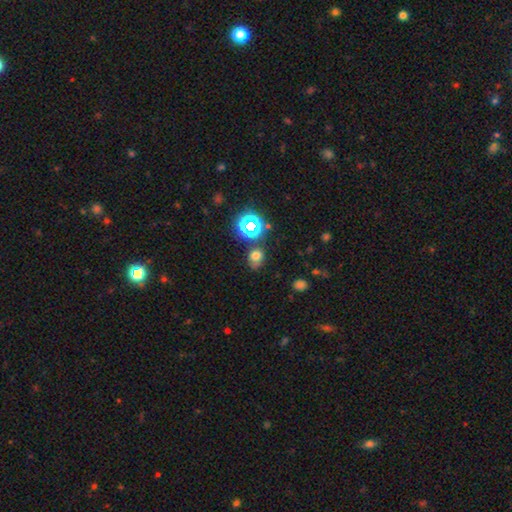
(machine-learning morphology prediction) This appears to be a smooth galaxy with no disk features (64%) that is round (53%). Merging: none (65%).